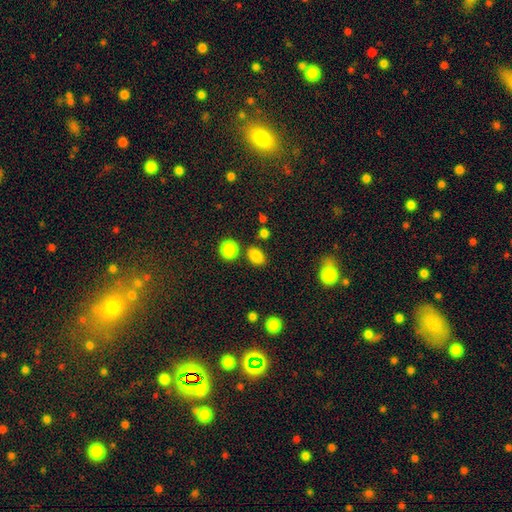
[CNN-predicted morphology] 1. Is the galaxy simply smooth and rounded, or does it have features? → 85% smooth, 11% star or artifact, 4% featured or disk.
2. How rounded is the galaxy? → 74% in between, 24% round, 2% cigar-shaped.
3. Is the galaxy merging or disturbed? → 77% none, 11% minor disturbance, 8% merger, 4% major disturbance.